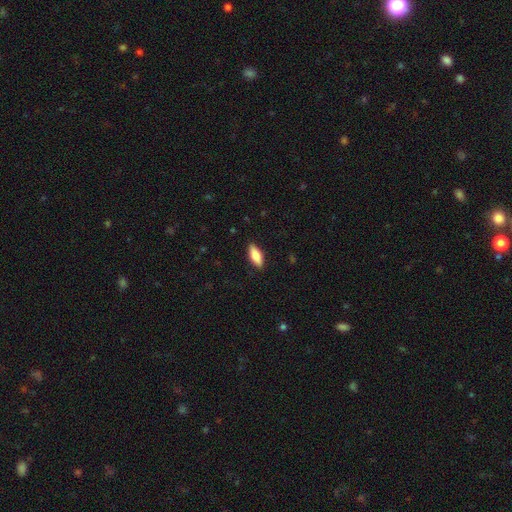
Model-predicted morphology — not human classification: A smooth galaxy with no disk features (80%) that is in between round and cigar-shaped (74%).

Vote fractions:
- Smooth or featured? smooth: 80% / featured or disk: 14% / star or artifact: 6%
- How rounded? in between: 74% / cigar-shaped: 24% / round: 2%
- Merging? none: 88% / minor disturbance: 9% / major disturbance: 2% / merger: 1%